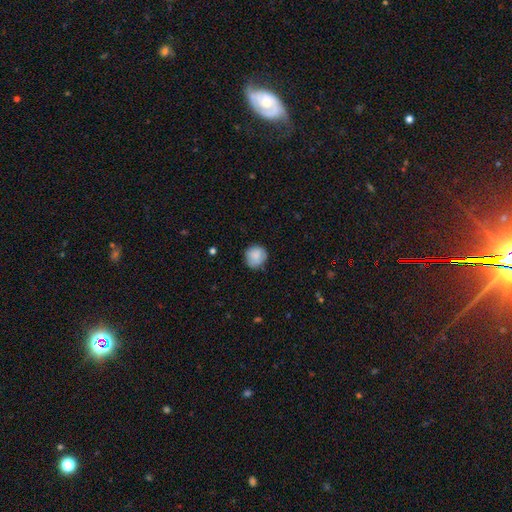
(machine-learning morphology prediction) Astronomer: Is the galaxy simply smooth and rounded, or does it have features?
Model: smooth — 84%.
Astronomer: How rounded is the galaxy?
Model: round — 87%.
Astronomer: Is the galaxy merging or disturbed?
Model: none — 74%.